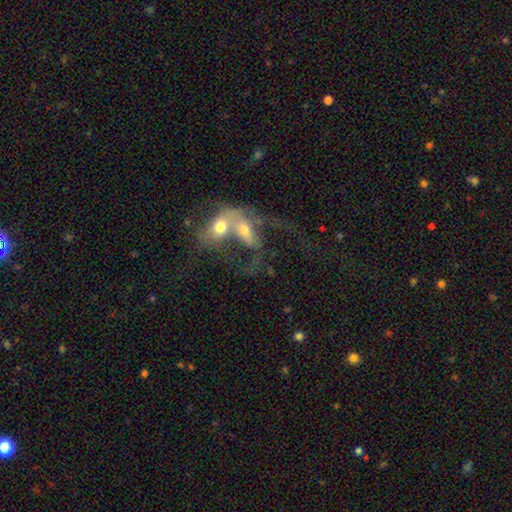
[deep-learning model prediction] This appears to be a featured or disk galaxy (58%) with no bar (68%), spiral arms (51%) and a moderate central bulge (58%). Merging: merger (79%).